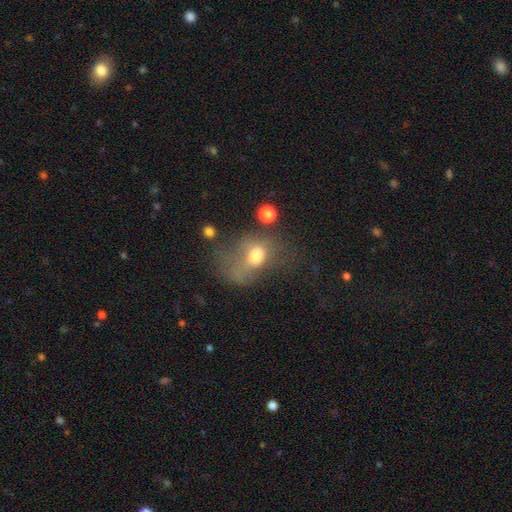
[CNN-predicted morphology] Smooth or featured? smooth (60%)
How rounded? in between (64%)
Merging? major disturbance (50%)